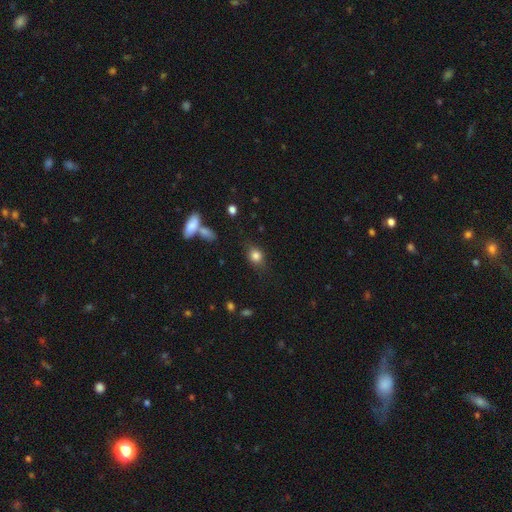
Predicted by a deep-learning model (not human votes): smooth_or_featured: smooth (p=0.82) [alt: star or artifact p=0.10]
how_rounded: round (p=0.54) [alt: in between p=0.43]
merging: none (p=0.75) [alt: minor disturbance p=0.17]